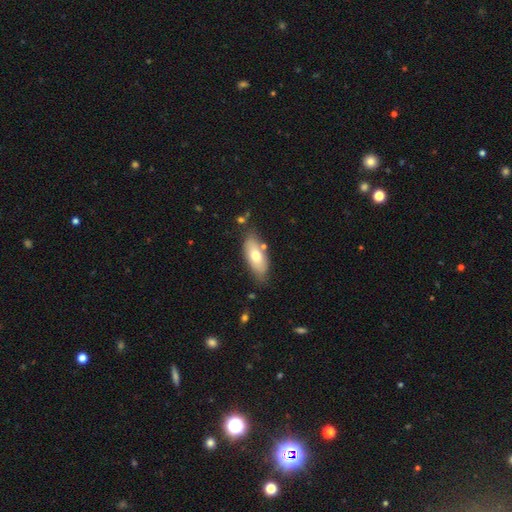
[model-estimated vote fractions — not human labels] smooth_or_featured: smooth (p=0.69) [alt: featured or disk p=0.24]
how_rounded: in between (p=0.85) [alt: cigar-shaped p=0.13]
merging: none (p=0.75) [alt: minor disturbance p=0.16]